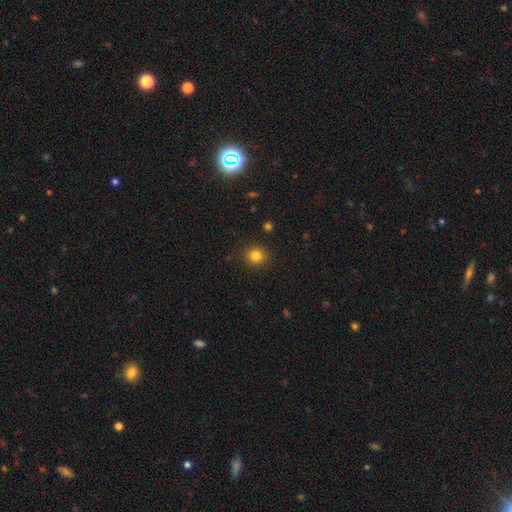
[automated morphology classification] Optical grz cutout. It shows a smooth galaxy with no disk features (82%) that is round (85%). Merging: none (90%).